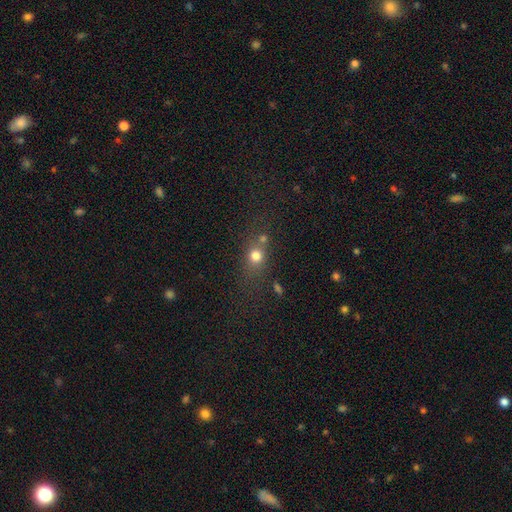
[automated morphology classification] This is likely a smooth galaxy (72%). How rounded: likely round (66%). Merging: possibly none (56%).